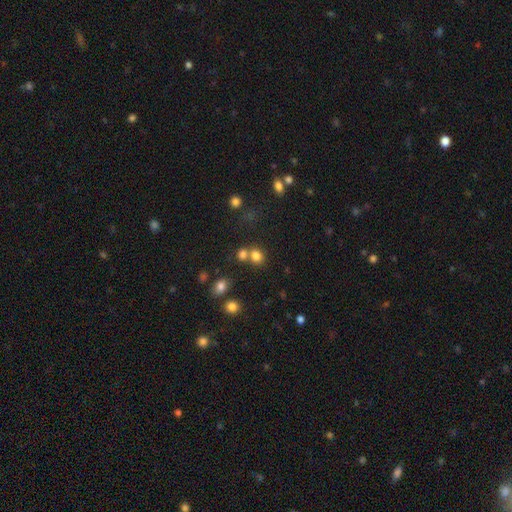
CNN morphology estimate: smooth-or-featured: smooth: 78% | star or artifact: 14% | featured or disk: 7%
  how-rounded: round: 68% | in between: 31% | cigar-shaped: 1%
  merging: none: 50% | merger: 37% | minor disturbance: 9% | major disturbance: 4%